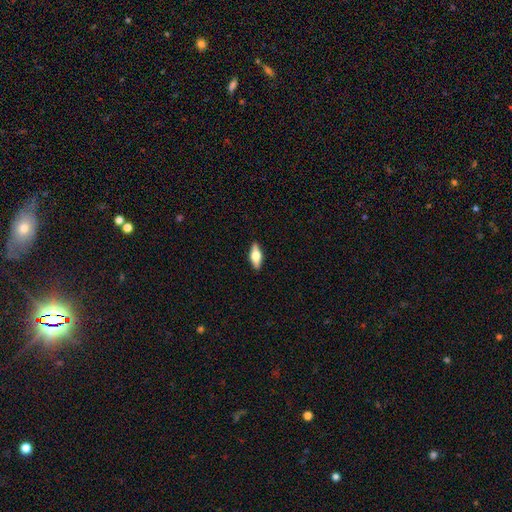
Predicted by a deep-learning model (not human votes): Smooth or featured?
  - smooth: 52% *
  - featured or disk: 42%
  - star or artifact: 7%
How rounded?
  - in between: 69% *
  - cigar-shaped: 27%
  - round: 4%
Merging?
  - none: 89% *
  - minor disturbance: 8%
  - major disturbance: 2%
  - merger: 1%